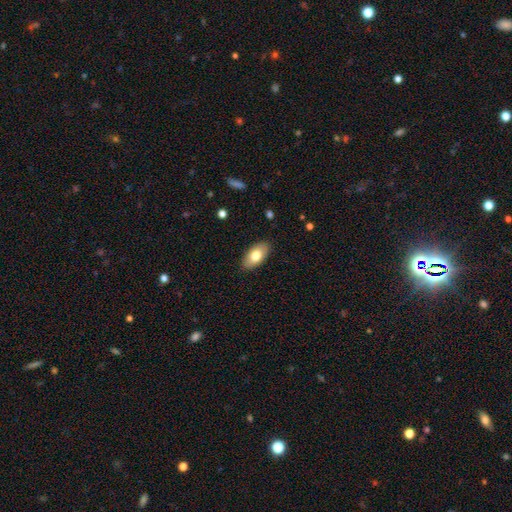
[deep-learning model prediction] Smooth or featured: smooth — 77% (featured or disk — 17%)
How rounded: in between — 93% (cigar-shaped — 4%)
Merging: none — 88% (minor disturbance — 9%)